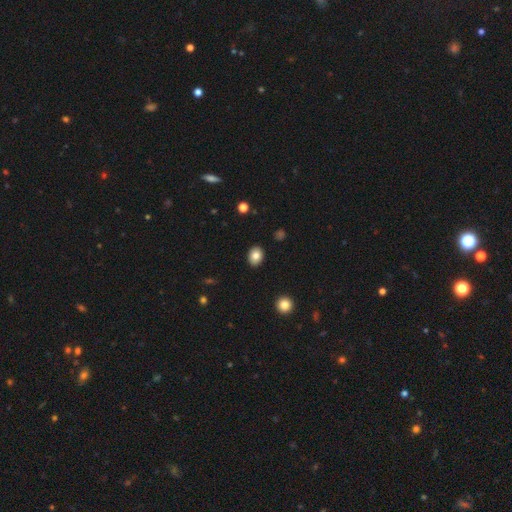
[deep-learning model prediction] Smooth or featured: smooth — 83% (star or artifact — 9%)
How rounded: in between — 57% (round — 42%)
Merging: none — 90% (minor disturbance — 7%)